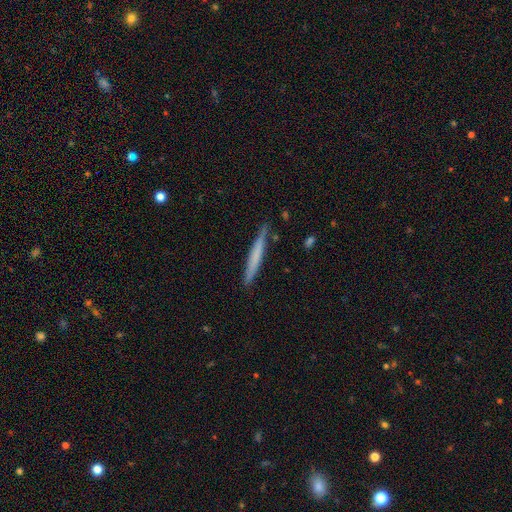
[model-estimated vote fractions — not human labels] smooth-or-featured: smooth: 61% | featured or disk: 34% | star or artifact: 6%
  how-rounded: cigar-shaped: 96% | in between: 2% | round: 1%
  merging: none: 85% | minor disturbance: 12% | major disturbance: 2% | merger: 2%